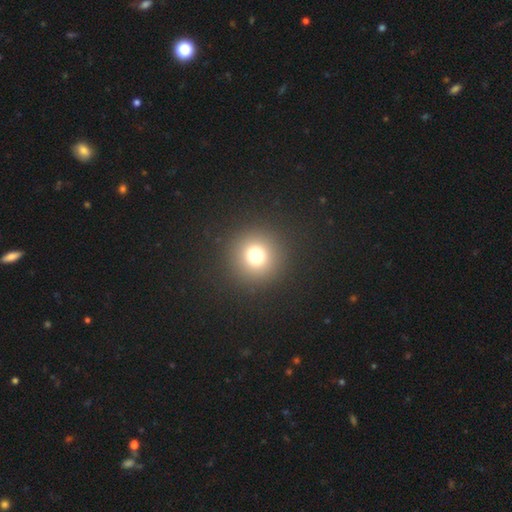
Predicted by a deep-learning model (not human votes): This is likely a smooth galaxy (74%). How rounded: clearly round (96%). Merging: clearly none (91%).